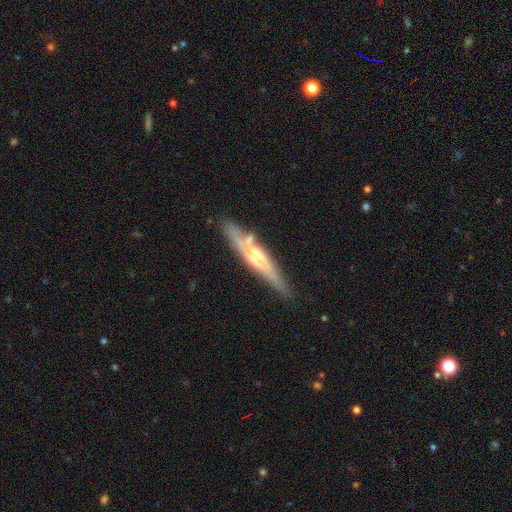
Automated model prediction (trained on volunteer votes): The model was most divided on "edge-on bulge": rounded: 51%, none: 27%, boxy: 22%. More confident: edge-on disk — yes (86%); merging — none (72%); smooth or featured — featured or disk (67%).